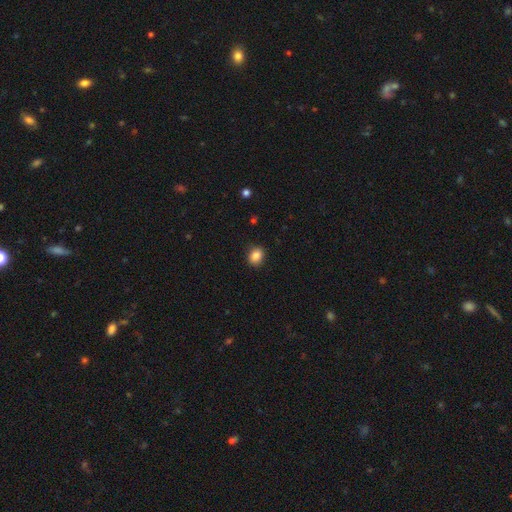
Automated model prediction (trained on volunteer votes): Morphology: type=smooth (86%); roundness=round (58%); merging=none (89%).